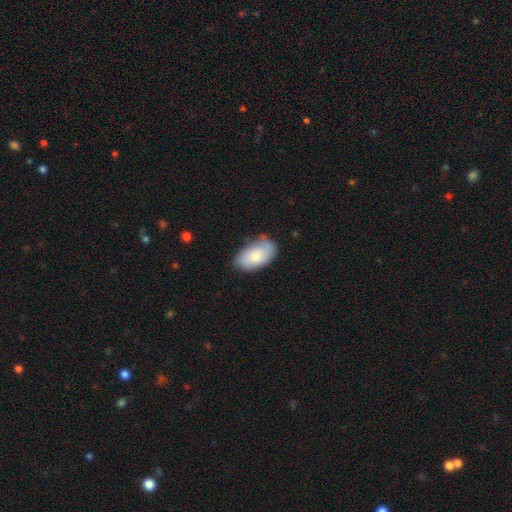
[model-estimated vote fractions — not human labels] Smooth or featured? Predicted: smooth (p=0.78). How rounded? Predicted: in between (p=0.94). Merging? Predicted: none (p=0.68).